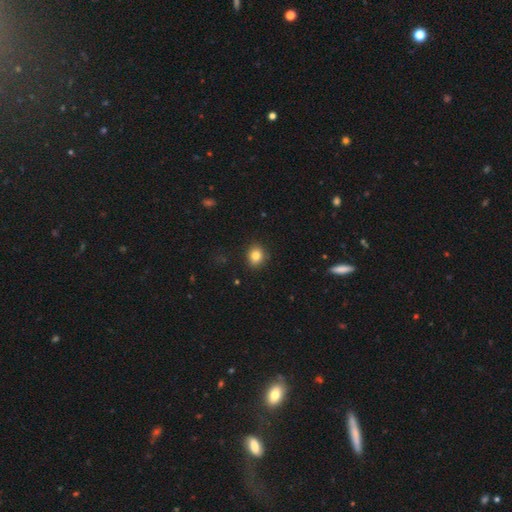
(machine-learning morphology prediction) Smooth or featured? Predicted: smooth (p=0.82). How rounded? Predicted: round (p=0.65). Merging? Predicted: none (p=0.88).